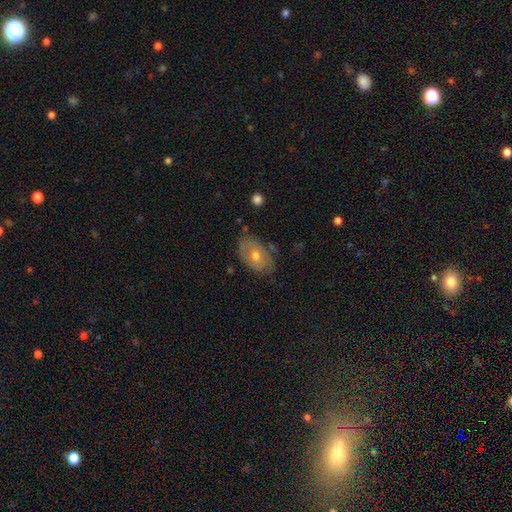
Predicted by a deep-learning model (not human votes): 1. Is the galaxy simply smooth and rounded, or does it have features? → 55% featured or disk, 36% smooth, 9% star or artifact.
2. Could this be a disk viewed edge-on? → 93% no, 7% yes.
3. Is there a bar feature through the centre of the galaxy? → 78% no, 18% weak, 4% strong.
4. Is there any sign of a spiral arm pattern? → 57% yes, 43% no.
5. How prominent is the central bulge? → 71% moderate, 24% small, 3% large, 1% none, 1% dominant.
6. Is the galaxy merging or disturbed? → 67% none, 24% minor disturbance, 7% major disturbance, 2% merger.